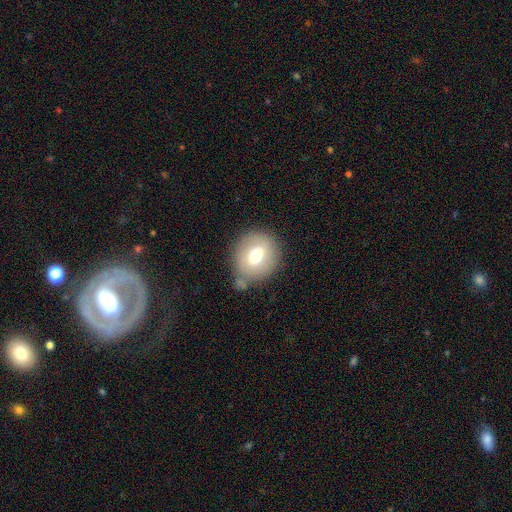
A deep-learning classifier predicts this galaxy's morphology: smooth_or_featured: smooth (p=0.67) [alt: featured or disk p=0.24]
how_rounded: round (p=0.75) [alt: in between p=0.24]
merging: none (p=0.70) [alt: minor disturbance p=0.15]